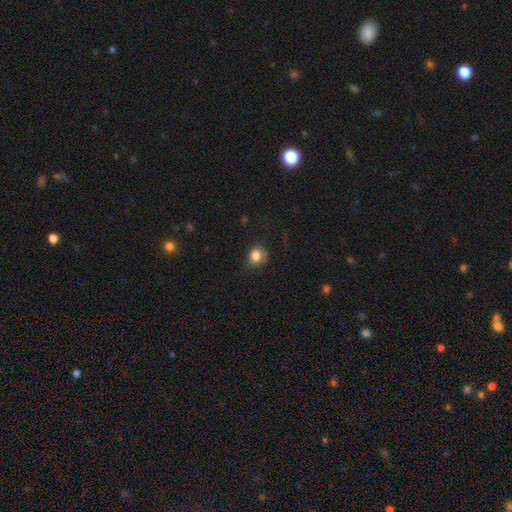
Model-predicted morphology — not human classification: smooth 82%, star or artifact 11%, featured or disk 7%. Down the decision tree: how rounded — round (69%); merging — none (66%).